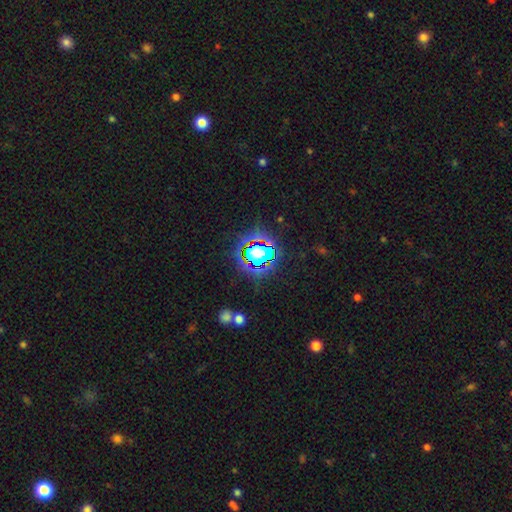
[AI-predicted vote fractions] Smooth or featured: star or artifact — 66% (smooth — 20%)